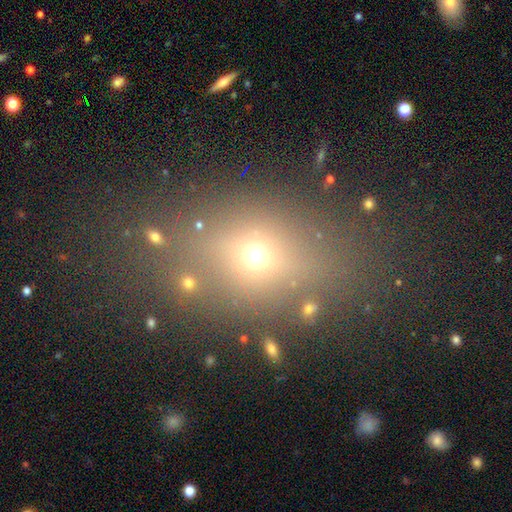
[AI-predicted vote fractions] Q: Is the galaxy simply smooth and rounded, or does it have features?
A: smooth — 59%.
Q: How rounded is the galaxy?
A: in between — 49%.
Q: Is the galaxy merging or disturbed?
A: none — 66%.